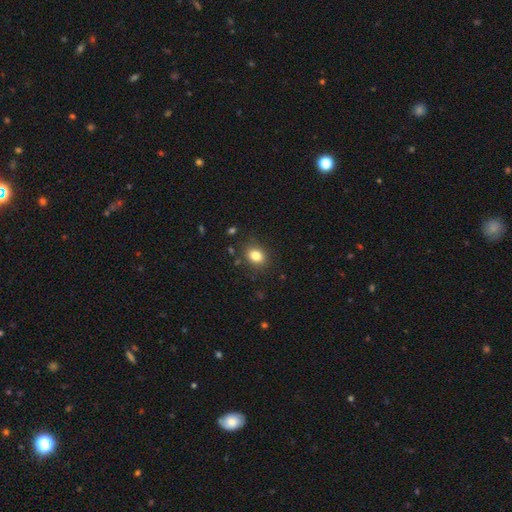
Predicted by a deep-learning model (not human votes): A smooth galaxy with no disk features (82%) that is in between round and cigar-shaped (50%). Merging: none (84%).